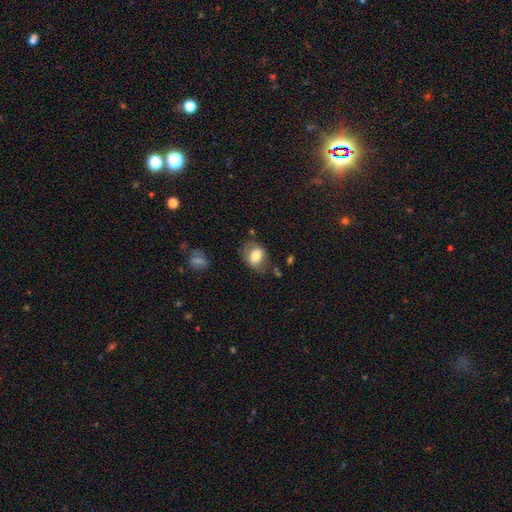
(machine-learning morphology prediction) smooth_or_featured: smooth (p=0.76) [alt: featured or disk p=0.16]
how_rounded: in between (p=0.68) [alt: round p=0.30]
merging: none (p=0.64) [alt: minor disturbance p=0.22]